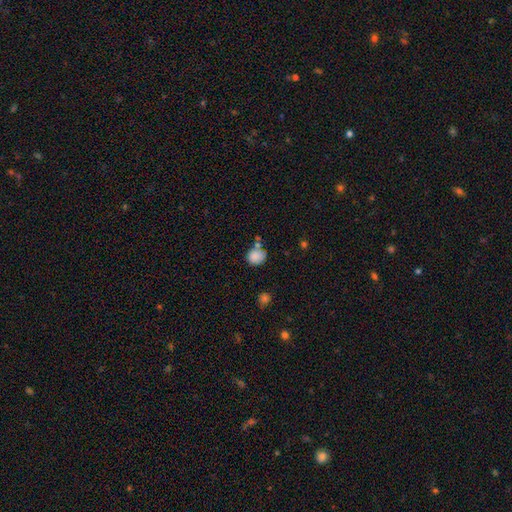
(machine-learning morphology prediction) Smooth or featured: smooth — 85% (star or artifact — 10%)
How rounded: round — 74% (in between — 25%)
Merging: none — 56% (minor disturbance — 20%)